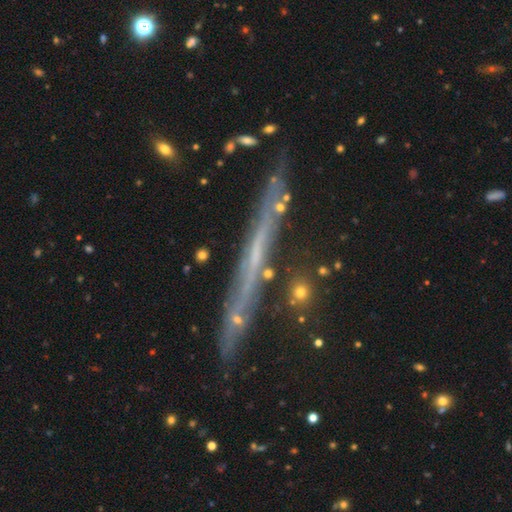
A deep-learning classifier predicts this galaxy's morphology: featured or disk 58%, smooth 26%, star or artifact 15%. Down the decision tree: edge-on disk — yes (87%); edge-on bulge — none (90%); merging — none (74%).